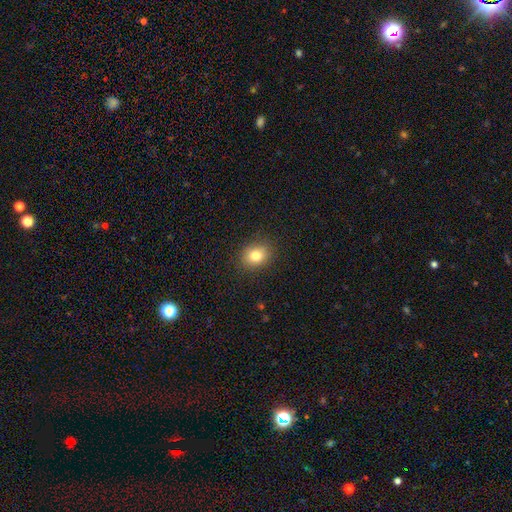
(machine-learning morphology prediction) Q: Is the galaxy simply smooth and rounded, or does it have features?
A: smooth — 81%.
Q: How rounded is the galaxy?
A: round — 51%.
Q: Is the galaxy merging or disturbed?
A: none — 88%.